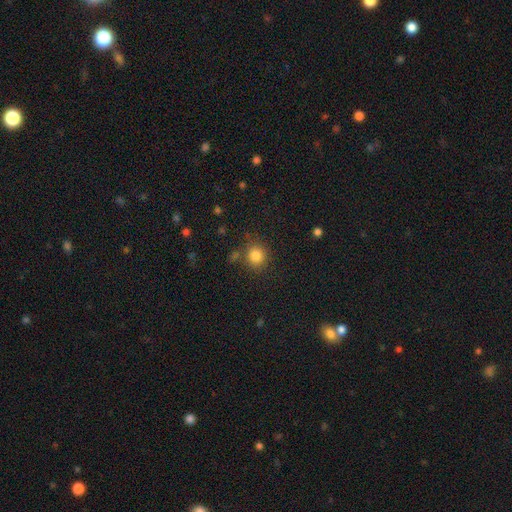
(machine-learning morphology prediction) Smooth or featured? smooth (84%)
How rounded? round (88%)
Merging? none (79%)